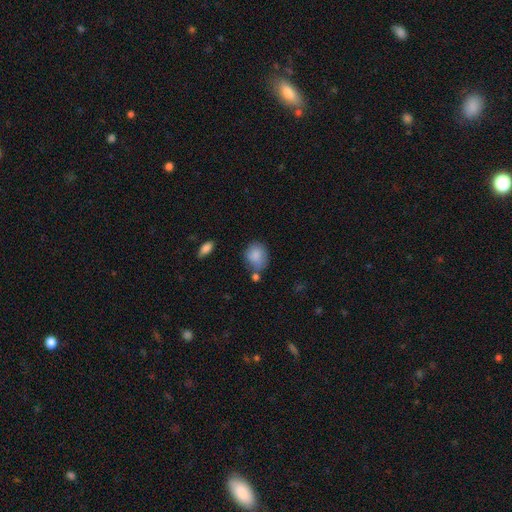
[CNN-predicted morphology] Smooth or featured? smooth (85%)
How rounded? round (52%)
Merging? none (57%)